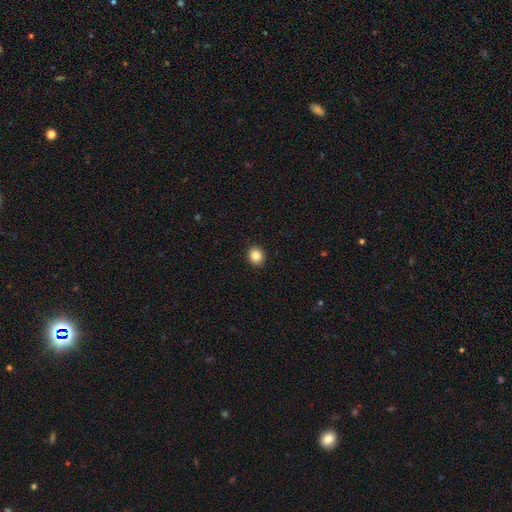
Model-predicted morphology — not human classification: Smooth or featured?
  - smooth: 85% *
  - star or artifact: 10%
  - featured or disk: 5%
How rounded?
  - round: 74% *
  - in between: 25%
  - cigar-shaped: 1%
Merging?
  - none: 92% *
  - minor disturbance: 5%
  - major disturbance: 2%
  - merger: 1%